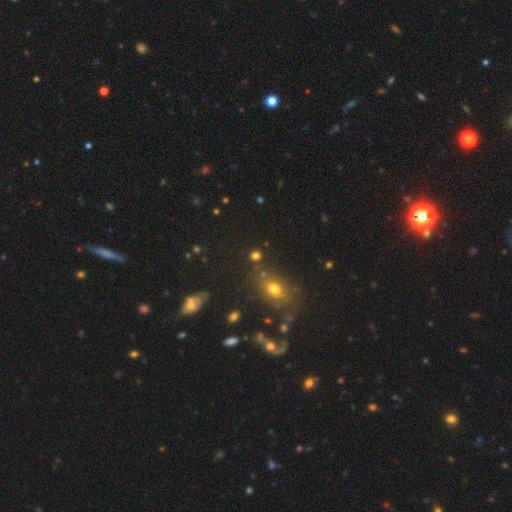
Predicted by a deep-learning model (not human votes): smooth-or-featured: smooth: 64% | star or artifact: 27% | featured or disk: 9%
  how-rounded: round: 65% | in between: 32% | cigar-shaped: 3%
  merging: none: 74% | minor disturbance: 11% | merger: 10% | major disturbance: 5%